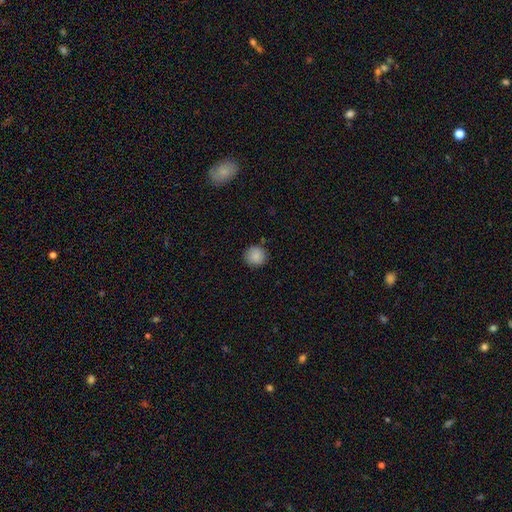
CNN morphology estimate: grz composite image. It shows a smooth galaxy with no disk features (87%) that is round (94%). Merging: none (88%).